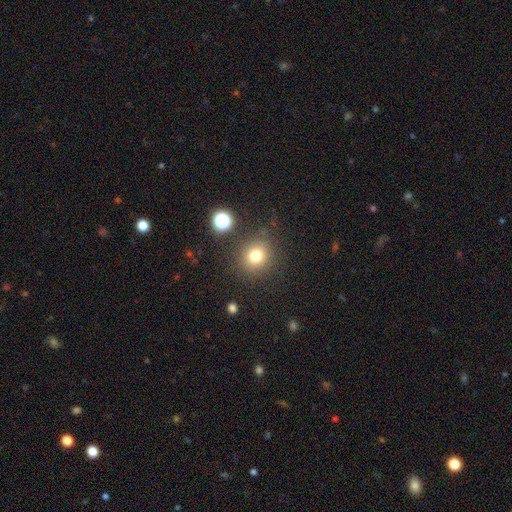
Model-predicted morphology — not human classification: Smooth or featured? smooth (77%)
How rounded? round (85%)
Merging? none (84%)